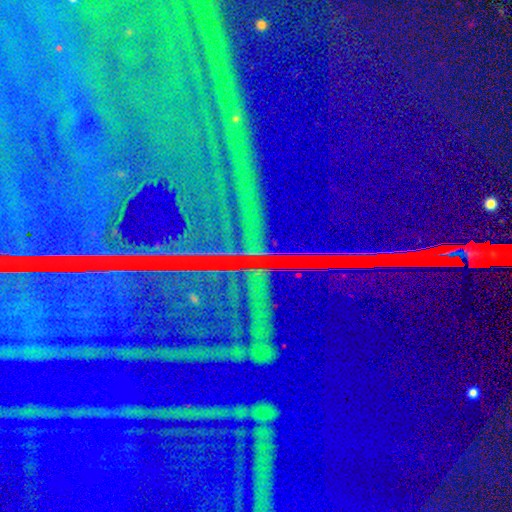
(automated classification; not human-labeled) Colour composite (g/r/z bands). It shows a star or artifact, not a galaxy (87%).